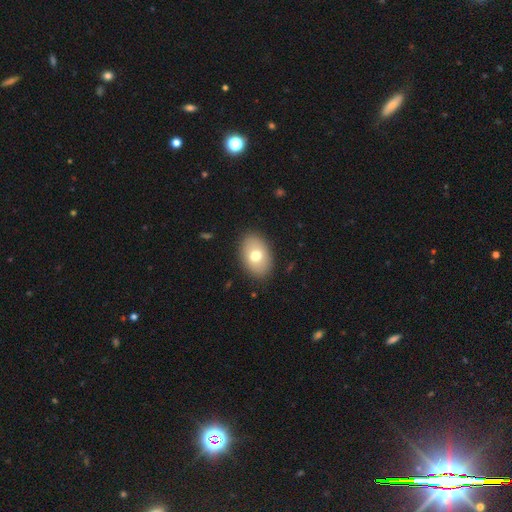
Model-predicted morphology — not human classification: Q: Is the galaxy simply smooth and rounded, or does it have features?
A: smooth — 73%.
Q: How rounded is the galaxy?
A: in between — 86%.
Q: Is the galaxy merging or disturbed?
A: none — 88%.